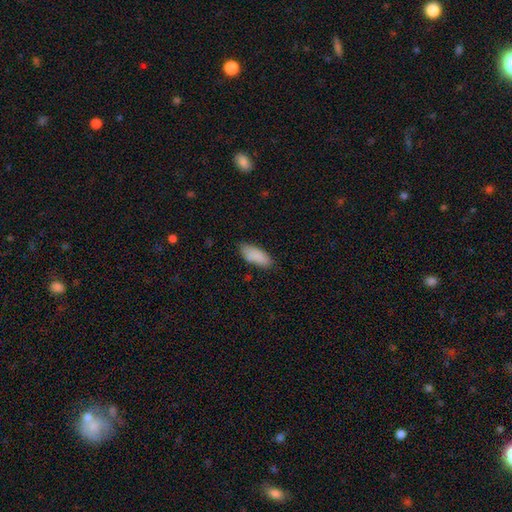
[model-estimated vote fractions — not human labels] Smooth or featured? Predicted: smooth (p=0.86). How rounded? Predicted: in between (p=0.81). Merging? Predicted: none (p=0.76).